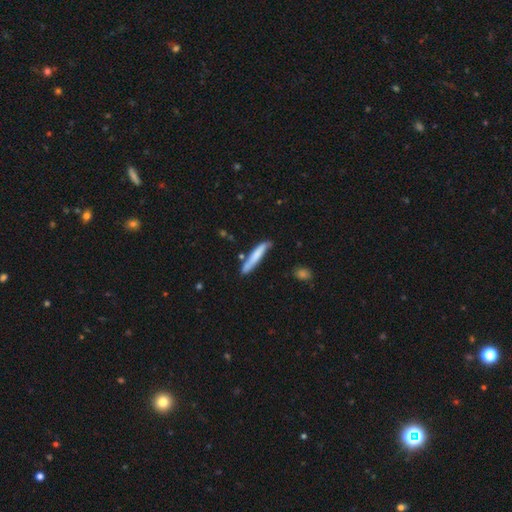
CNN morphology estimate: smooth 71%, featured or disk 24%, star or artifact 6%. Down the decision tree: how rounded — cigar-shaped (92%); merging — none (72%).